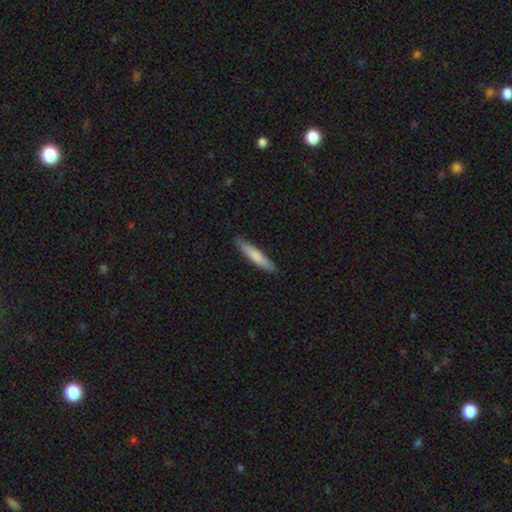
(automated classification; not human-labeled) smooth_or_featured: smooth (p=0.75) [alt: featured or disk p=0.20]
how_rounded: cigar-shaped (p=0.89) [alt: in between p=0.10]
merging: none (p=0.88) [alt: minor disturbance p=0.09]